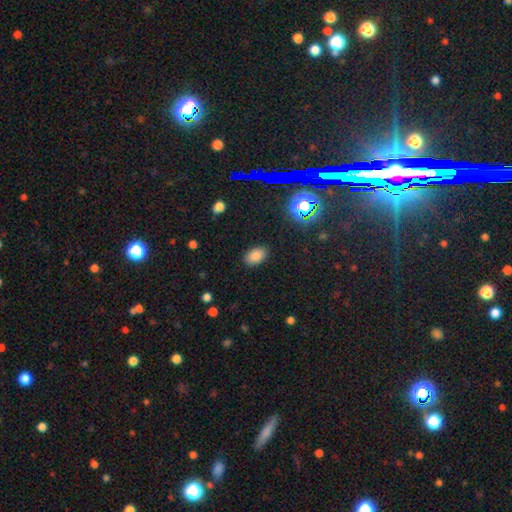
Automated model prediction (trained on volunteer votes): smooth-or-featured: smooth: 81% | star or artifact: 13% | featured or disk: 5%
  how-rounded: in between: 87% | round: 12% | cigar-shaped: 1%
  merging: none: 87% | minor disturbance: 9% | major disturbance: 3% | merger: 1%